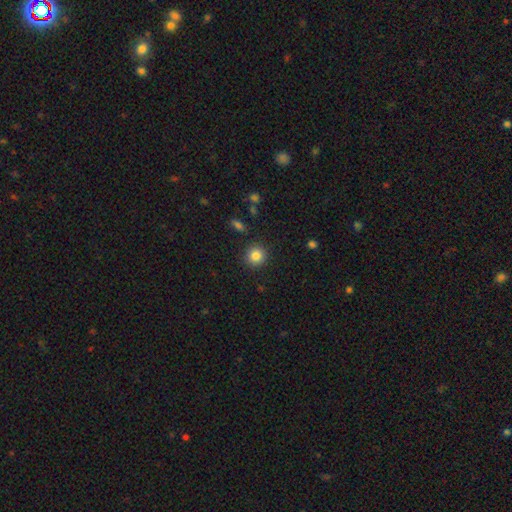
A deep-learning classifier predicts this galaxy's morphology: The model was most divided on "smooth or featured": smooth: 85%, star or artifact: 10%, featured or disk: 5%. More confident: how rounded — round (92%); merging — none (90%).